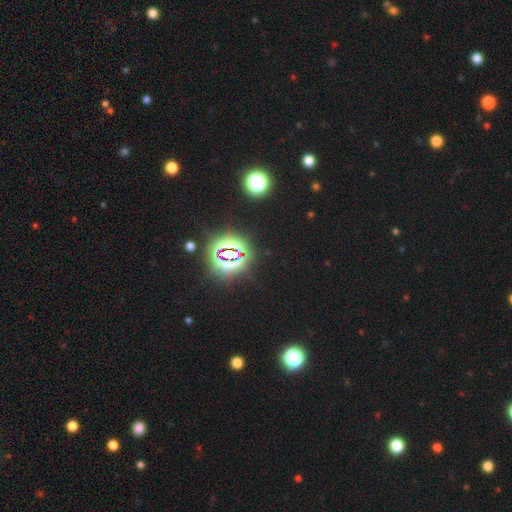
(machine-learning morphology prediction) Q: Smooth or featured?
A: star or artifact (80%); runner-up: smooth (14%)